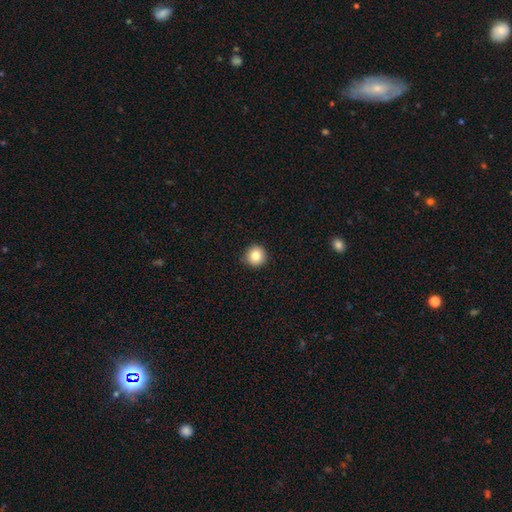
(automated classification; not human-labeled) The model was most divided on "smooth or featured": smooth: 82%, star or artifact: 10%, featured or disk: 8%. More confident: how rounded — round (95%); merging — none (91%).